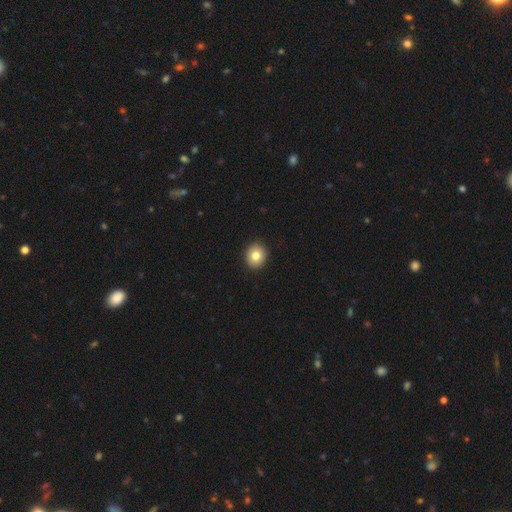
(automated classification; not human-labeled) smooth_or_featured: smooth (p=0.82) [alt: featured or disk p=0.10]
how_rounded: round (p=0.69) [alt: in between p=0.30]
merging: none (p=0.92) [alt: minor disturbance p=0.05]